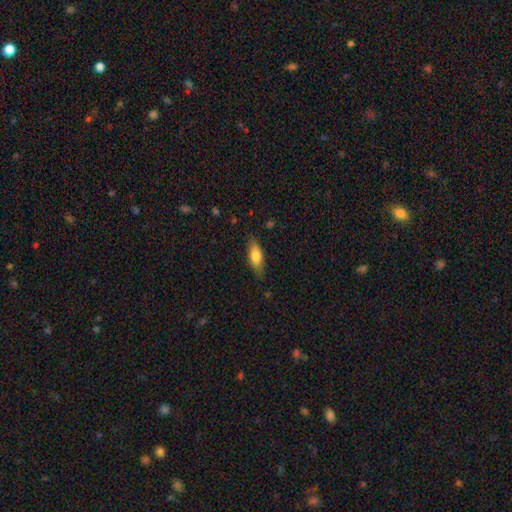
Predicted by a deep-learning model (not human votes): Smooth or featured?
  - smooth: 76% *
  - featured or disk: 18%
  - star or artifact: 6%
How rounded?
  - in between: 68% *
  - cigar-shaped: 30%
  - round: 2%
Merging?
  - none: 81% *
  - minor disturbance: 15%
  - major disturbance: 3%
  - merger: 1%